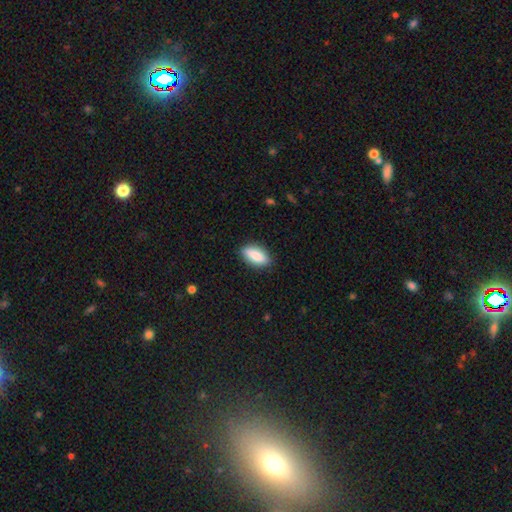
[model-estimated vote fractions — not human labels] Overall: smooth (86%). How rounded: in between (82%). Merging: none (87%).